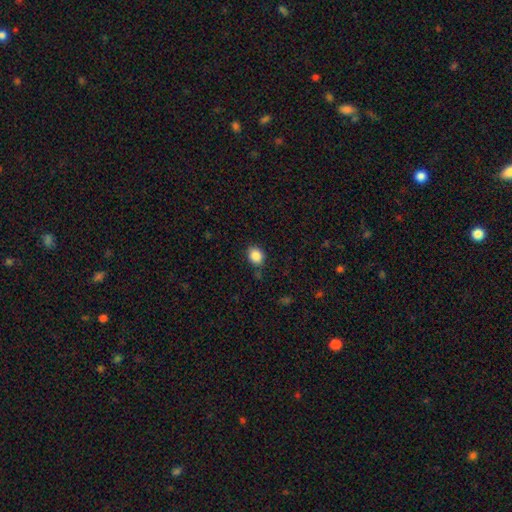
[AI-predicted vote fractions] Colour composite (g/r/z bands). It shows a smooth galaxy with no disk features (87%) that is round (58%). Merging: none (81%).